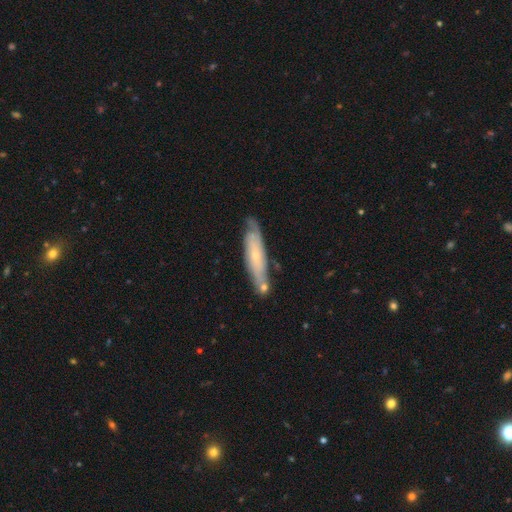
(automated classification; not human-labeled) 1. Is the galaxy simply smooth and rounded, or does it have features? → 56% featured or disk, 37% smooth, 6% star or artifact.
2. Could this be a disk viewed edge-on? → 56% no, 44% yes.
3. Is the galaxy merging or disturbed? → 66% none, 20% minor disturbance, 10% merger, 4% major disturbance.